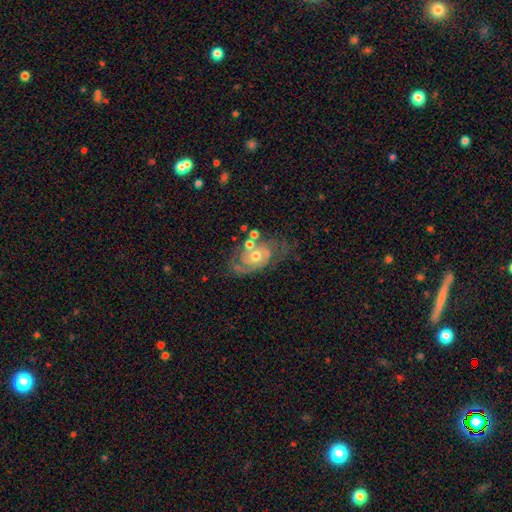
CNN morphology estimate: A featured or disk galaxy (79%) with no bar (76%), 2 (59%) tight (53%) spiral arms (88%) and a moderate central bulge (64%). Merging: none (52%).